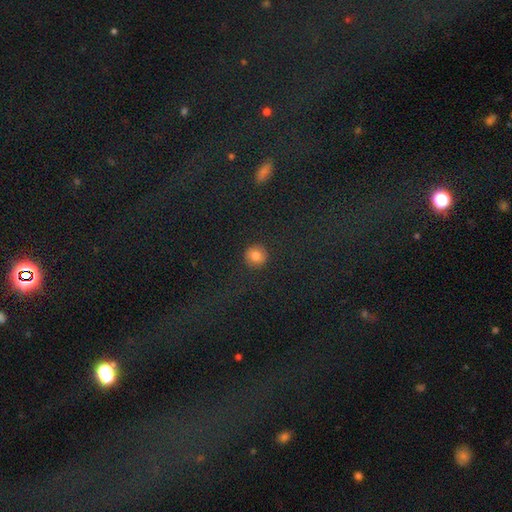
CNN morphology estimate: smooth-or-featured: smooth: 81% | star or artifact: 12% | featured or disk: 7%
  how-rounded: round: 93% | in between: 6% | cigar-shaped: 1%
  merging: none: 91% | minor disturbance: 6% | major disturbance: 2% | merger: 1%